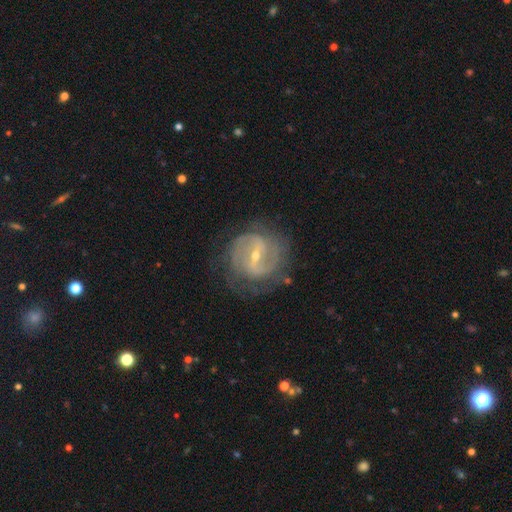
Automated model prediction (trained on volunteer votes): smooth_or_featured: featured or disk (p=0.87) [alt: smooth p=0.07]
disk_edge_on: no (p=0.97) [alt: yes p=0.03]
bar: strong (p=0.45) [alt: weak p=0.43]
has_spiral_arms: yes (p=0.94) [alt: no p=0.06]
spiral_winding: medium (p=0.46) [alt: tight p=0.38]
spiral_arm_count: 2 (p=0.66) [alt: can't tell p=0.15]
bulge_size: small (p=0.67) [alt: moderate p=0.30]
merging: none (p=0.72) [alt: minor disturbance p=0.17]